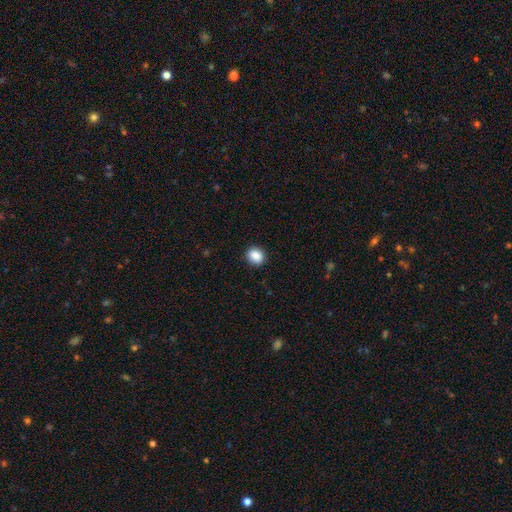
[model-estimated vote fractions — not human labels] Q: Smooth or featured?
A: smooth (88%); runner-up: star or artifact (9%)
Q: How rounded?
A: round (64%); runner-up: in between (35%)
Q: Merging?
A: none (89%); runner-up: minor disturbance (8%)